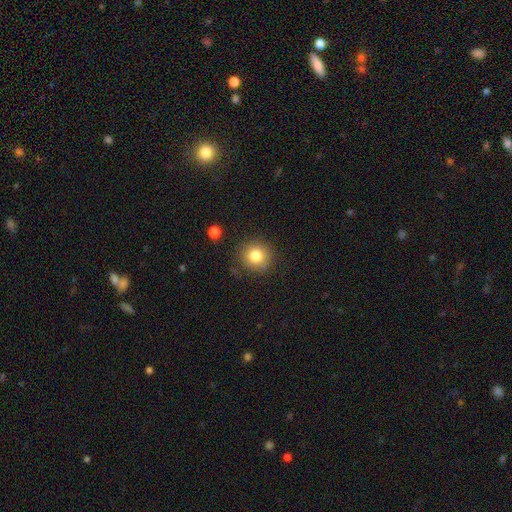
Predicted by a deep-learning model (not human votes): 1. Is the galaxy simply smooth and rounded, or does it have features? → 81% smooth, 12% star or artifact, 8% featured or disk.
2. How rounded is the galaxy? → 91% round, 8% in between, 1% cigar-shaped.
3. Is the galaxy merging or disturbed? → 85% none, 10% minor disturbance, 3% major disturbance, 2% merger.